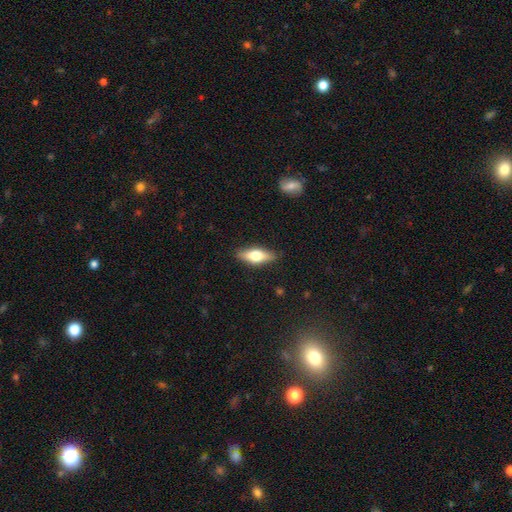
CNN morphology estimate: This appears to be a smooth galaxy with no disk features (55%) that is in between round and cigar-shaped (62%). Merging: none (87%).